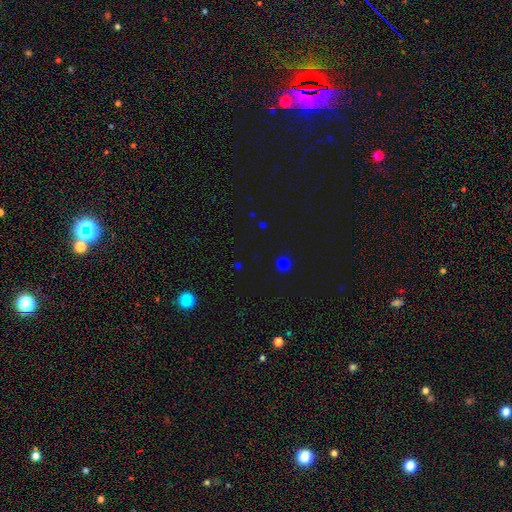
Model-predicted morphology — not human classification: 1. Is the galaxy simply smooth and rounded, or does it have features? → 61% smooth, 35% star or artifact, 4% featured or disk.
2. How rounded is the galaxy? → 86% round, 12% in between, 1% cigar-shaped.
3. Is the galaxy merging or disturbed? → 88% none, 7% minor disturbance, 3% major disturbance, 2% merger.